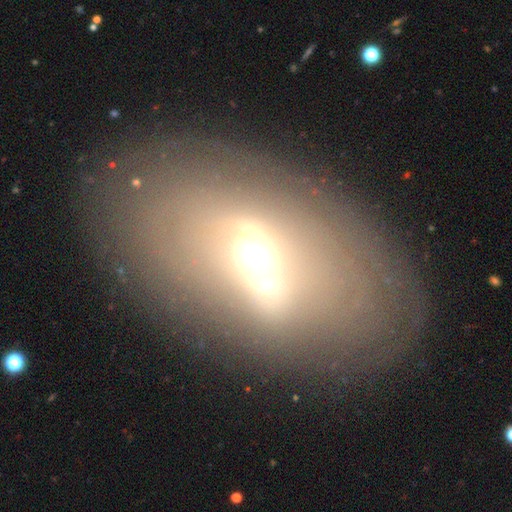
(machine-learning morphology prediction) A featured or disk galaxy (56%). Merging: none (58%).